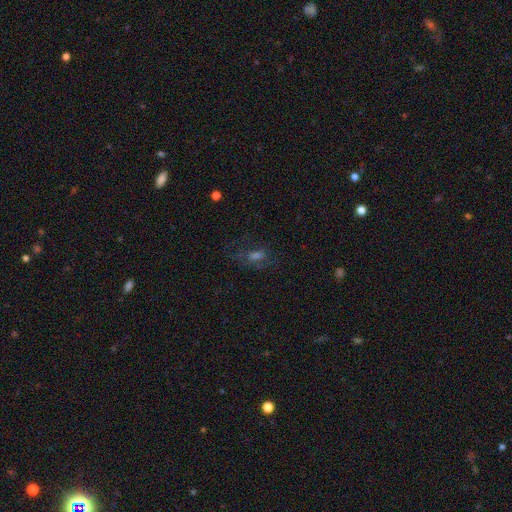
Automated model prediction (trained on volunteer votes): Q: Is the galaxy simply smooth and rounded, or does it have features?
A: smooth — 39%.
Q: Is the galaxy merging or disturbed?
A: none — 60%.